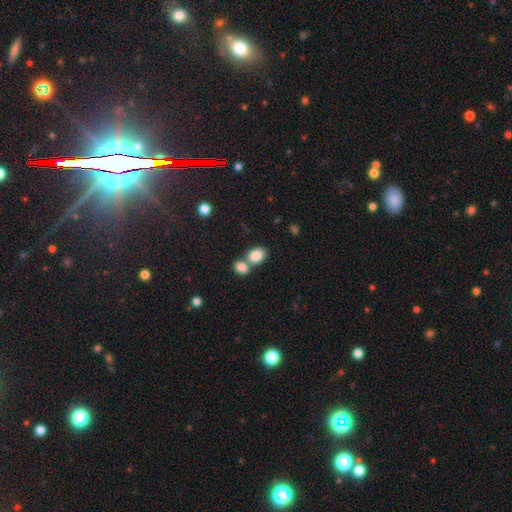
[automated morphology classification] smooth 85%, star or artifact 8%, featured or disk 7%. Down the decision tree: how rounded — in between (73%); merging — merger (50%).